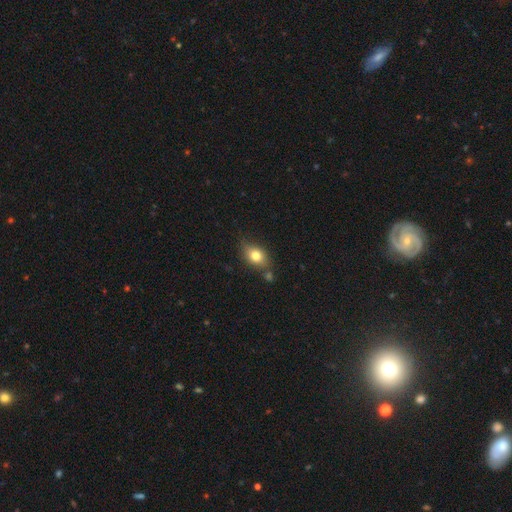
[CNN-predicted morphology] A smooth galaxy with no disk features (77%) that is in between round and cigar-shaped (74%).

Vote fractions:
- Smooth or featured? smooth: 77% / featured or disk: 14% / star or artifact: 9%
- How rounded? in between: 74% / round: 23% / cigar-shaped: 3%
- Merging? none: 65% / minor disturbance: 20% / merger: 10% / major disturbance: 5%